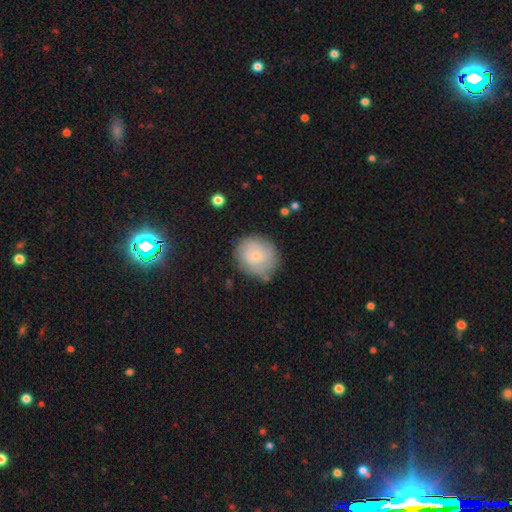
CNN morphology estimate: smooth-or-featured: smooth: 56% | featured or disk: 36% | star or artifact: 7%
  how-rounded: round: 82% | in between: 17% | cigar-shaped: 1%
  merging: none: 75% | minor disturbance: 17% | major disturbance: 5% | merger: 2%